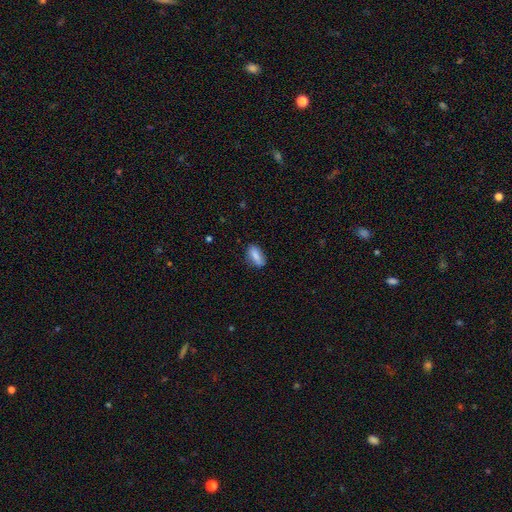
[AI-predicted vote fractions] smooth 79%, featured or disk 13%, star or artifact 7%. Down the decision tree: how rounded — in between (81%); merging — none (77%).